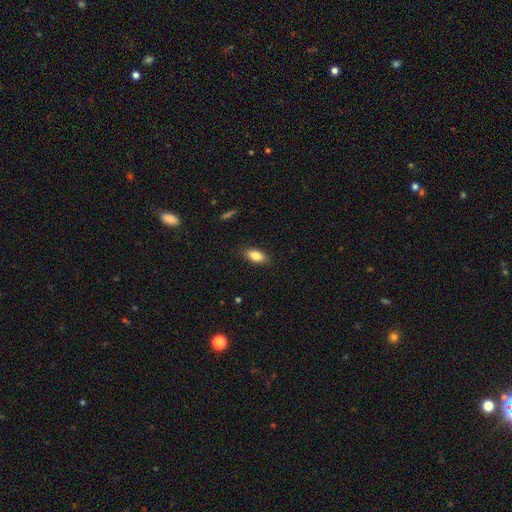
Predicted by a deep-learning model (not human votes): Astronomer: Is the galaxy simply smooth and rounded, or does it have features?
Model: smooth — 86%.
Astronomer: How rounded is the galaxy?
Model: in between — 88%.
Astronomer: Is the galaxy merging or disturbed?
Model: none — 86%.